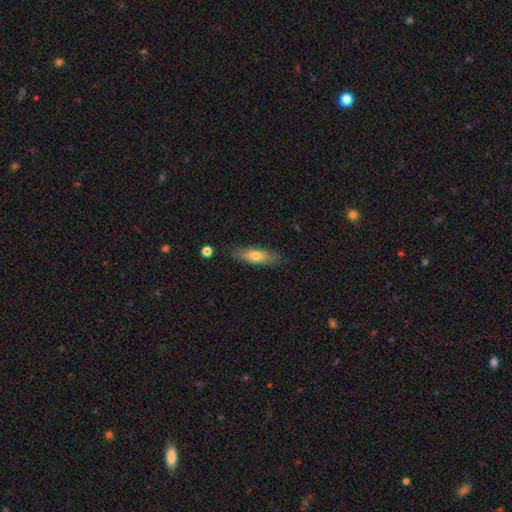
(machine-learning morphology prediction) Q: Smooth or featured?
A: smooth (71%); runner-up: featured or disk (23%)
Q: How rounded?
A: in between (52%); runner-up: cigar-shaped (46%)
Q: Merging?
A: none (83%); runner-up: minor disturbance (13%)